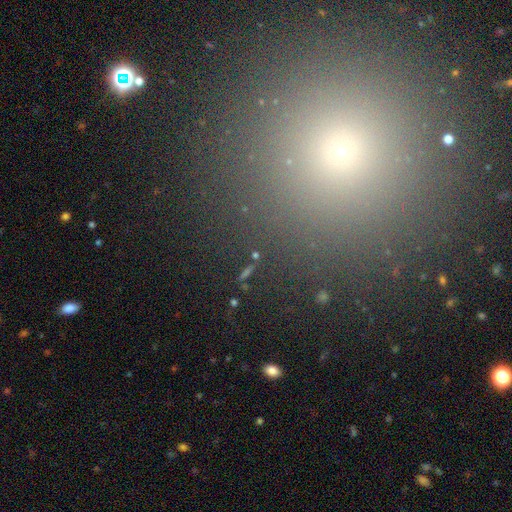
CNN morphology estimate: star or artifact 53%, smooth 29%, featured or disk 18%.